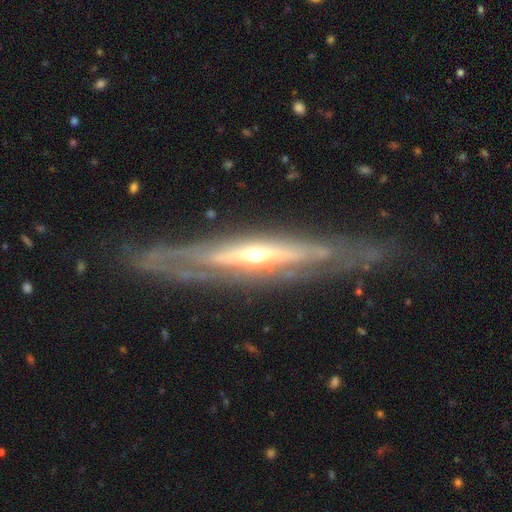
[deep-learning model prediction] Smooth or featured: featured or disk — 84% (smooth — 11%)
Edge-on disk: yes — 67% (no — 33%)
Edge-on bulge: rounded — 80% (none — 17%)
Merging: none — 76% (minor disturbance — 15%)